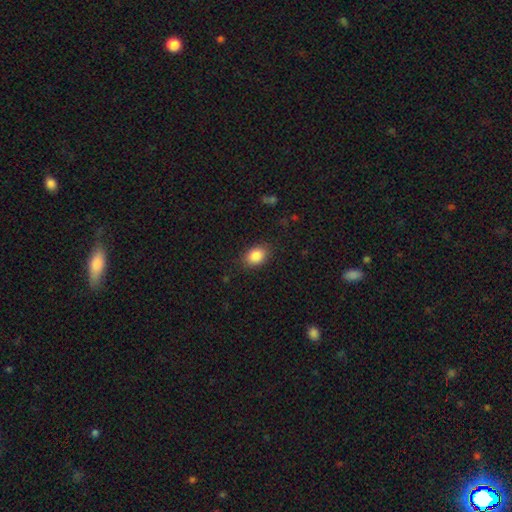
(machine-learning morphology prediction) A smooth galaxy with no disk features (86%) that is in between round and cigar-shaped (70%). Merging: none (85%).